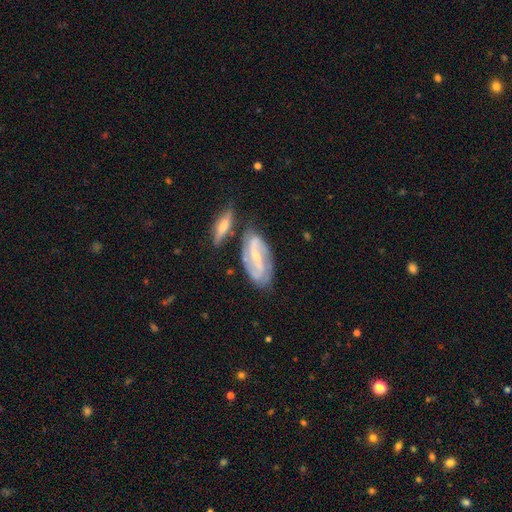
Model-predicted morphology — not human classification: Smooth or featured? Predicted: featured or disk (p=0.84). Edge-on disk? Predicted: no (p=0.92). Bar? Predicted: strong (p=0.43). Spiral arms? Predicted: yes (p=0.94). Spiral winding? Predicted: medium (p=0.47). Spiral arm count? Predicted: 2 (p=0.84). Bulge size? Predicted: small (p=0.69). Merging? Predicted: none (p=0.64).